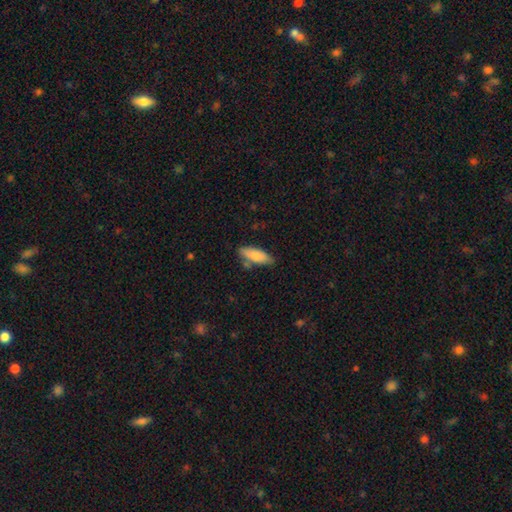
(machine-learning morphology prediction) Overall: smooth (82%). How rounded: in between (66%; cigar-shaped 33%). Merging: none (71%).